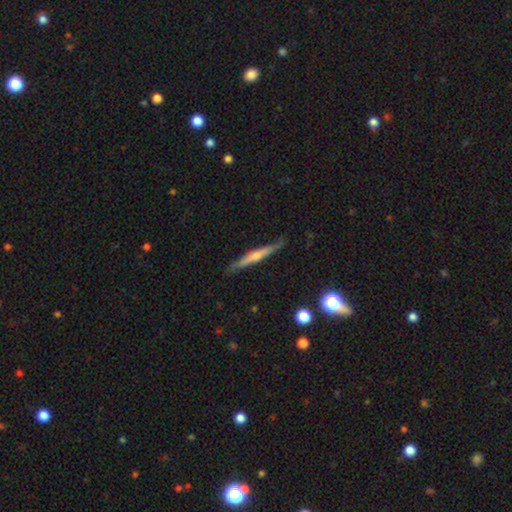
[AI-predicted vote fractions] smooth-or-featured: featured or disk: 69% | smooth: 24% | star or artifact: 7%
  disk-edge-on: yes: 96% | no: 4%
    edge-on-bulge: rounded: 69% | none: 22% | boxy: 8%
  merging: none: 85% | minor disturbance: 11% | major disturbance: 2% | merger: 1%